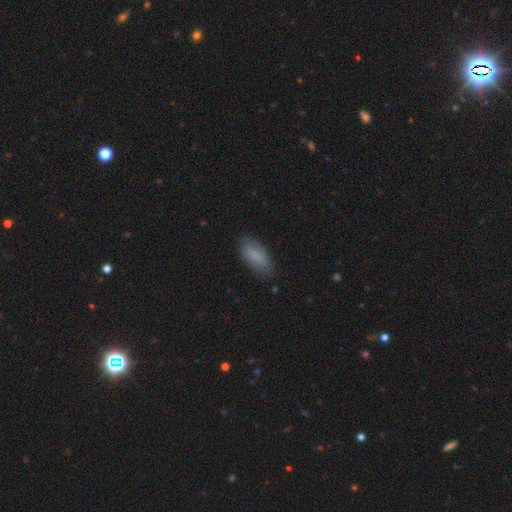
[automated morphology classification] This is clearly a smooth galaxy (80%). How rounded: clearly in between (87%). Merging: likely none (79%).